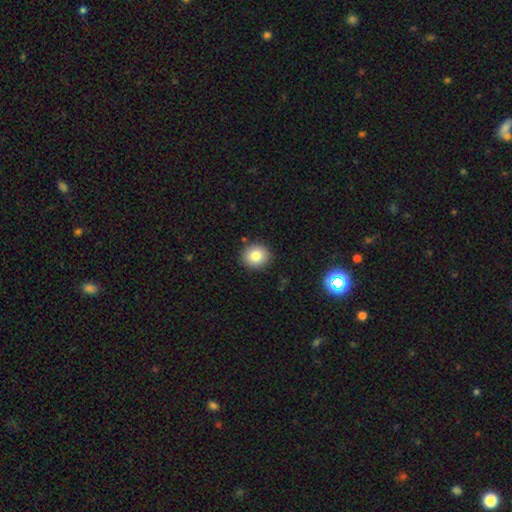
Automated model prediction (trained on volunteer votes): smooth 82%, star or artifact 10%, featured or disk 8%. Down the decision tree: how rounded — round (85%); merging — none (89%).